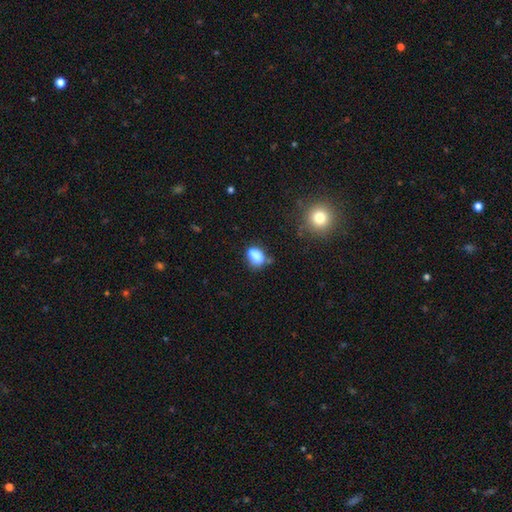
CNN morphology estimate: Smooth or featured: smooth — 81% (star or artifact — 11%)
How rounded: in between — 80% (round — 16%)
Merging: none — 53% (minor disturbance — 27%)